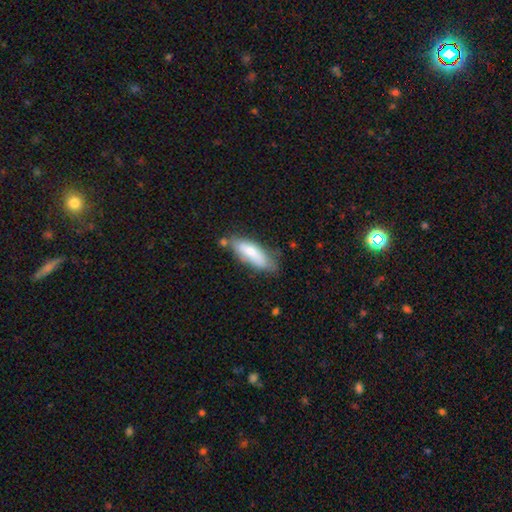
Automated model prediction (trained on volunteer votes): Smooth or featured?
  - smooth: 70% *
  - featured or disk: 24%
  - star or artifact: 6%
How rounded?
  - in between: 59% *
  - cigar-shaped: 40%
  - round: 2%
Merging?
  - none: 57% *
  - minor disturbance: 27%
  - merger: 8%
  - major disturbance: 8%